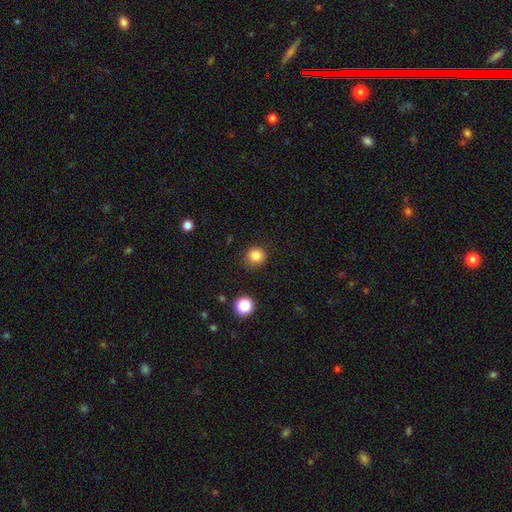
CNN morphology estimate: smooth 83%, star or artifact 12%, featured or disk 5%. Down the decision tree: how rounded — round (93%); merging — none (90%).